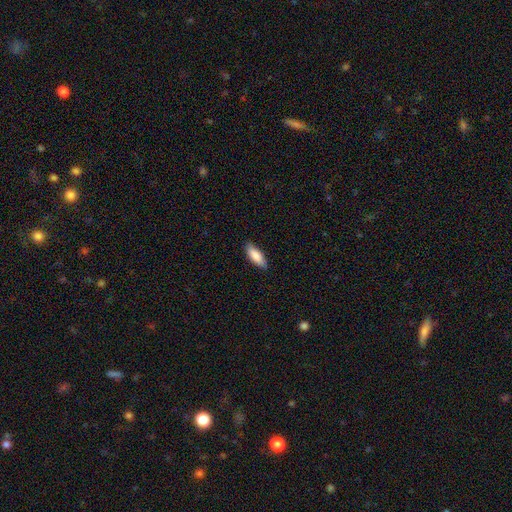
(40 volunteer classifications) smooth_or_featured: smooth (p=0.88) [alt: featured or disk p=0.07]
how_rounded: in between (p=0.74) [alt: cigar-shaped p=0.23]
merging: none (p=0.89) [alt: minor disturbance p=0.08]